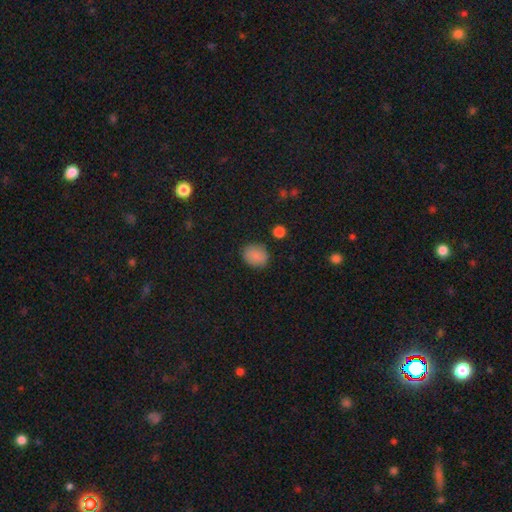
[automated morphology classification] Smooth or featured? Predicted: smooth (p=0.86). How rounded? Predicted: round (p=0.61). Merging? Predicted: none (p=0.84).